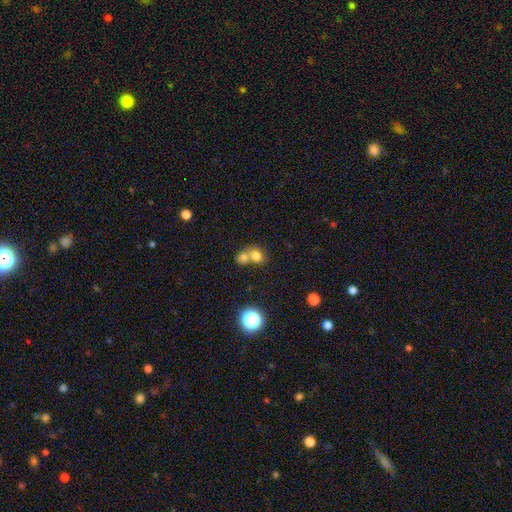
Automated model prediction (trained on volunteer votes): Smooth or featured?
  - smooth: 75% *
  - star or artifact: 14%
  - featured or disk: 11%
How rounded?
  - round: 62% *
  - in between: 36%
  - cigar-shaped: 1%
Merging?
  - merger: 60% *
  - none: 31%
  - minor disturbance: 6%
  - major disturbance: 3%